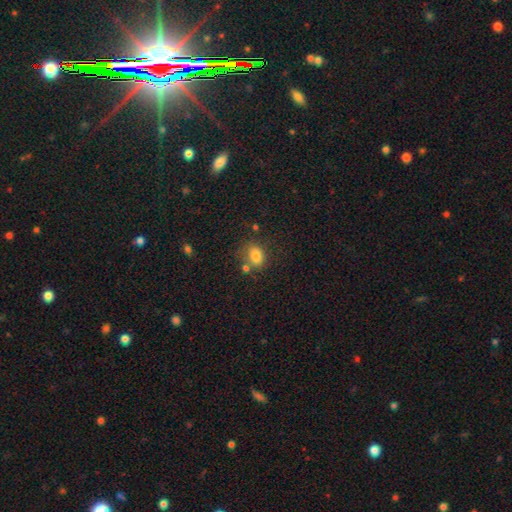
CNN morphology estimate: smooth-or-featured: smooth: 81% | star or artifact: 11% | featured or disk: 8%
  how-rounded: in between: 61% | round: 37% | cigar-shaped: 1%
  merging: none: 66% | minor disturbance: 16% | merger: 12% | major disturbance: 6%